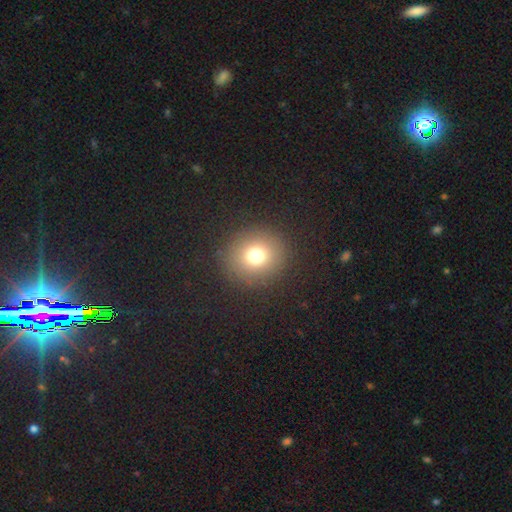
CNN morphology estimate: Smooth or featured? smooth (75%)
How rounded? round (88%)
Merging? none (89%)